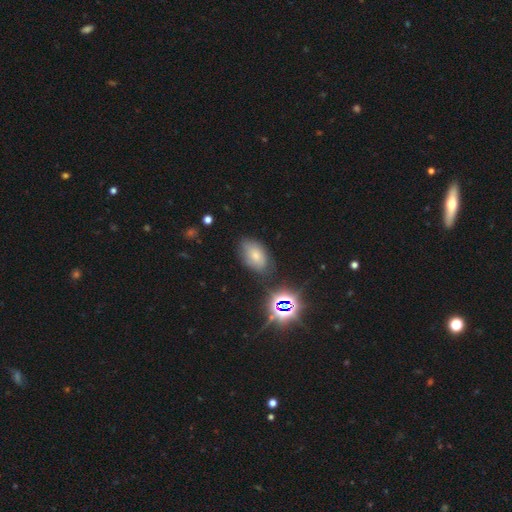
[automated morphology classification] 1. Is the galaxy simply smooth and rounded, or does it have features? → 65% smooth, 19% star or artifact, 16% featured or disk.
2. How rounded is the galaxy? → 90% in between, 8% round, 2% cigar-shaped.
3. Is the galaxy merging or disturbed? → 71% none, 19% minor disturbance, 6% major disturbance, 4% merger.